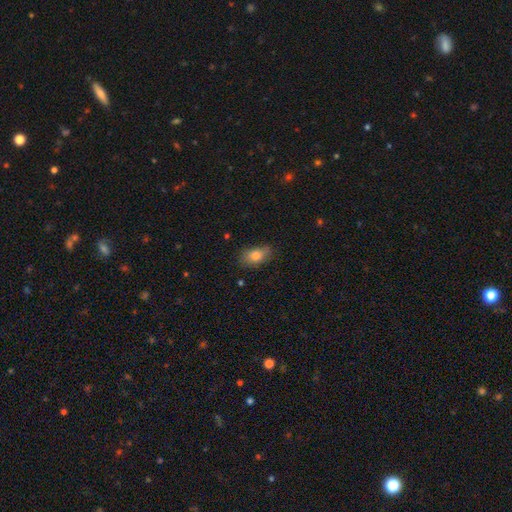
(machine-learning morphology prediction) This appears to be a smooth galaxy with no disk features (80%) that is in between round and cigar-shaped (87%). Merging: none (73%).